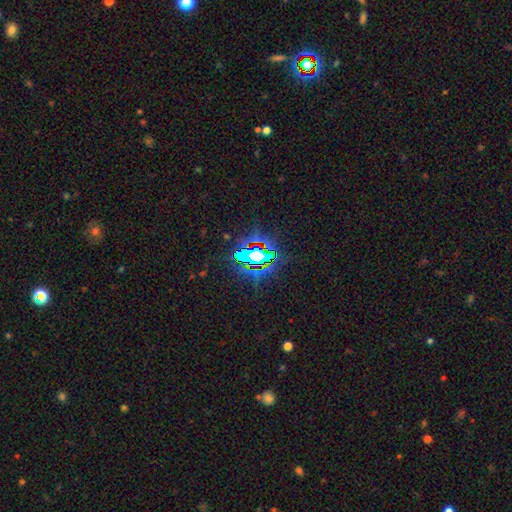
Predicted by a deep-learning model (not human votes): A star or artifact, not a galaxy (73%).

Vote fractions:
- Smooth or featured? star or artifact: 73% / smooth: 14% / featured or disk: 13%